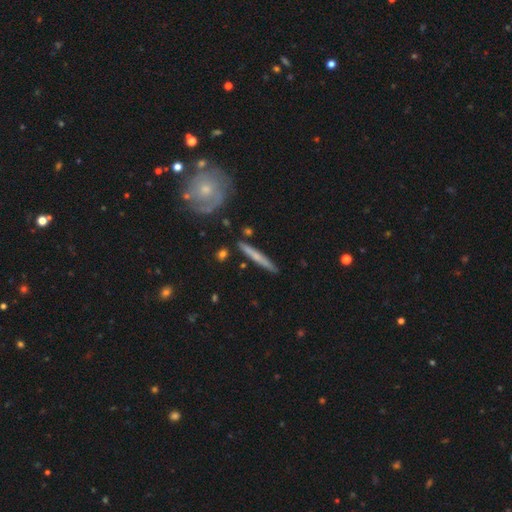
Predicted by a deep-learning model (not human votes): Smooth or featured: featured or disk — 52% (smooth — 43%)
Edge-on disk: yes — 93% (no — 7%)
Merging: none — 88% (minor disturbance — 8%)